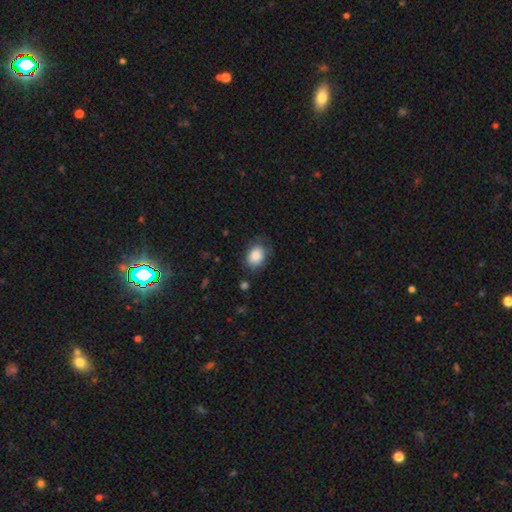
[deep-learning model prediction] A smooth galaxy with no disk features (85%) that is in between round and cigar-shaped (68%). Merging: none (67%).